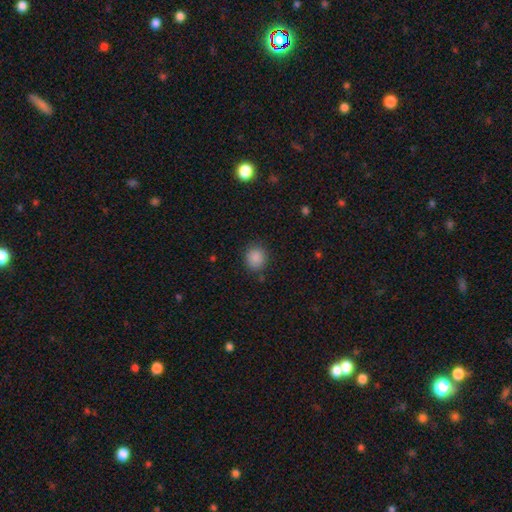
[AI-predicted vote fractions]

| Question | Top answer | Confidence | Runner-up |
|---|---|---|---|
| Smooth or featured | smooth | 86% | star or artifact (11%) |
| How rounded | round | 84% | in between (15%) |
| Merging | none | 87% | minor disturbance (9%) |